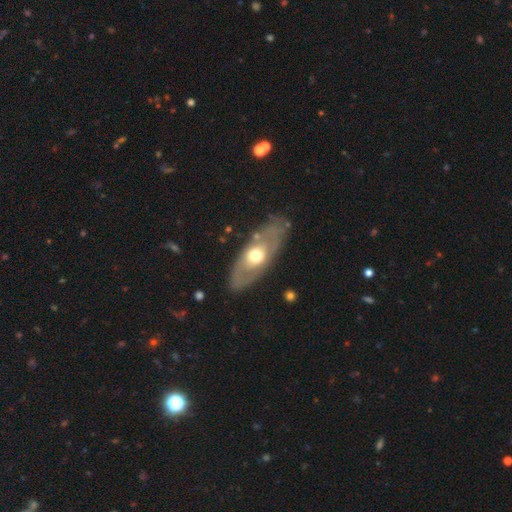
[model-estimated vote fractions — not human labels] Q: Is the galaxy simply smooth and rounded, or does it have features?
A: featured or disk — 58%.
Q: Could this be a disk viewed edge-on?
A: no — 79%.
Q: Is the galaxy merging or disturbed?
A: none — 79%.